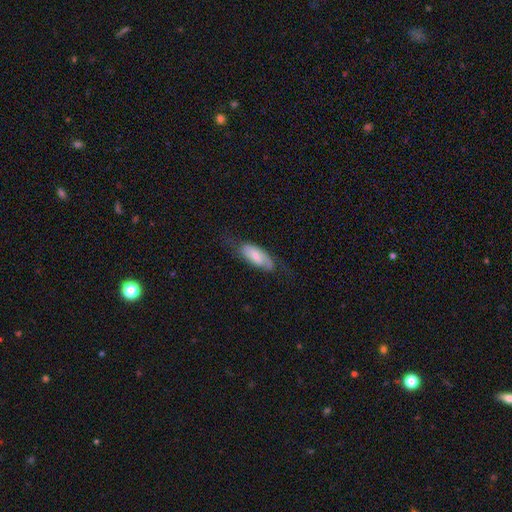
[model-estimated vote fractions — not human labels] Smooth or featured? smooth (48%)
Merging? none (55%)